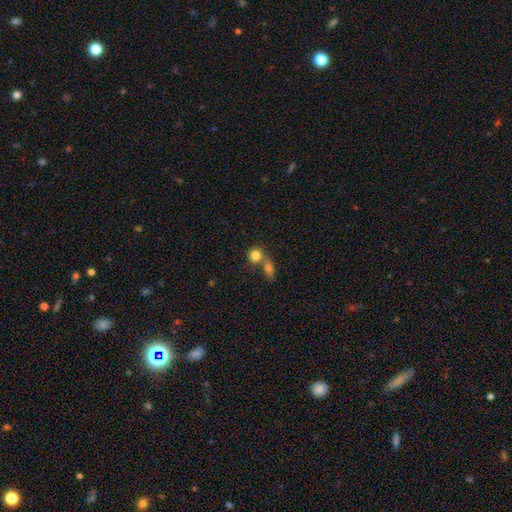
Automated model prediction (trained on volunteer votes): smooth_or_featured: smooth (p=0.81) [alt: star or artifact p=0.10]
how_rounded: round (p=0.82) [alt: in between p=0.17]
merging: merger (p=0.45) [alt: none p=0.44]